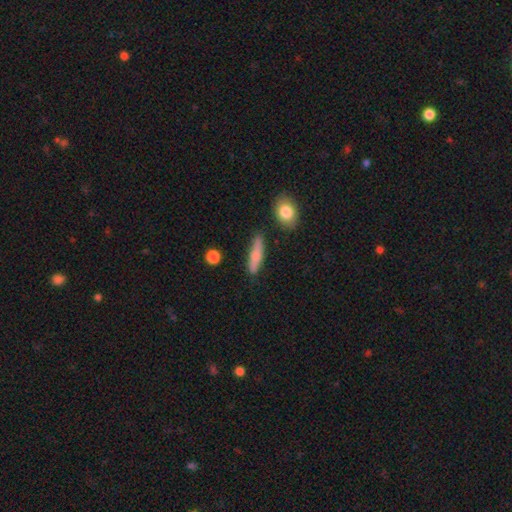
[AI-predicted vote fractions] This is likely a smooth galaxy (75%). How rounded: likely cigar-shaped (75%). Merging: likely none (79%).